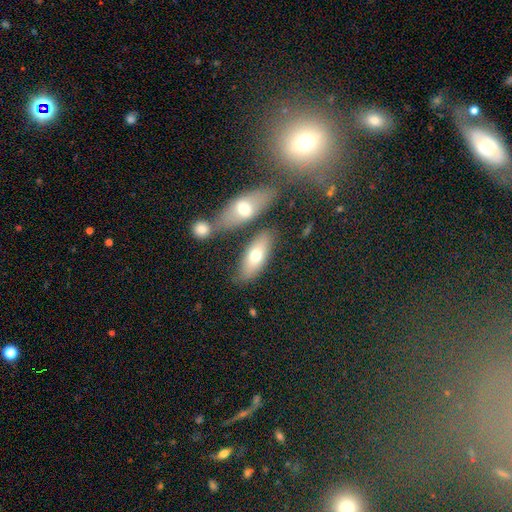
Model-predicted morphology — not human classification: Overall: smooth (66%; featured or disk 27%). How rounded: in between (75%). Merging: none (68%).